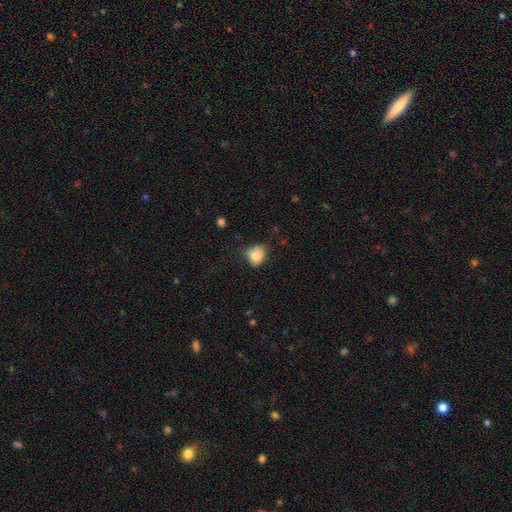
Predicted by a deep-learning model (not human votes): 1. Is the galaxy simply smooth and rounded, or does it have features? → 79% smooth, 11% featured or disk, 10% star or artifact.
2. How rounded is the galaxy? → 67% round, 32% in between, 1% cigar-shaped.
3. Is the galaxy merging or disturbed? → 57% none, 31% minor disturbance, 9% major disturbance, 3% merger.